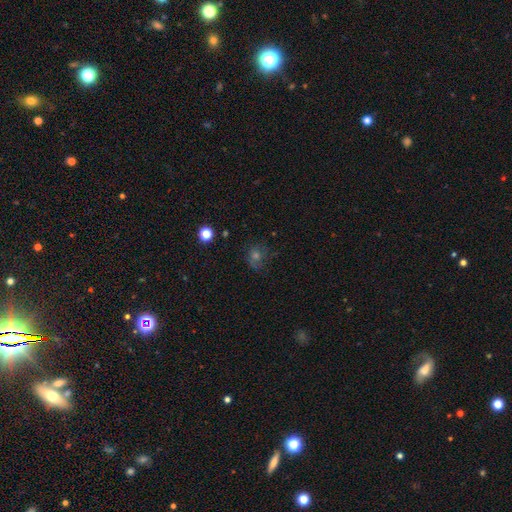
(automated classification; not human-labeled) Smooth or featured? smooth (47%)
Merging? none (65%)